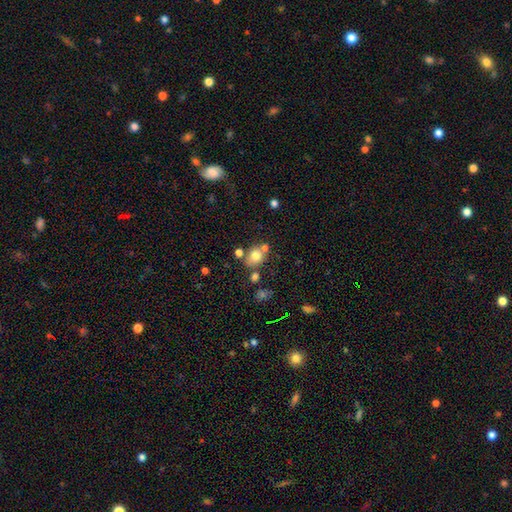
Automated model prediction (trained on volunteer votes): Overall: smooth (74%). How rounded: round (54%; in between 45%). Merging: none (60%; merger 21%).